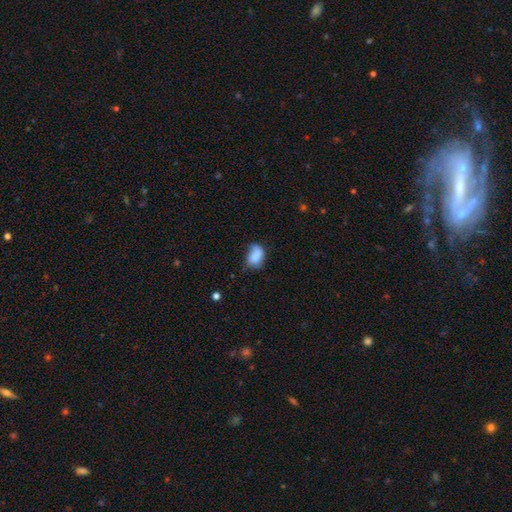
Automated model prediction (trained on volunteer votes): This is likely a smooth galaxy (80%). How rounded: clearly in between (80%). Merging: marginally none (43%).